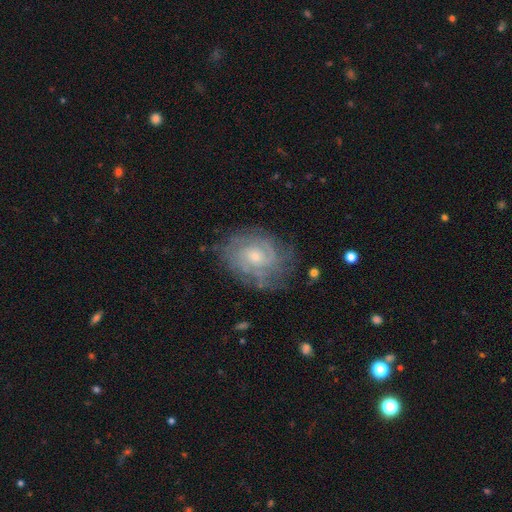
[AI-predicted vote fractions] A featured or disk galaxy (82%) with no bar (70%), tight (69%) spiral arms (94%) and a small central bulge (58%). Merging: none (73%).